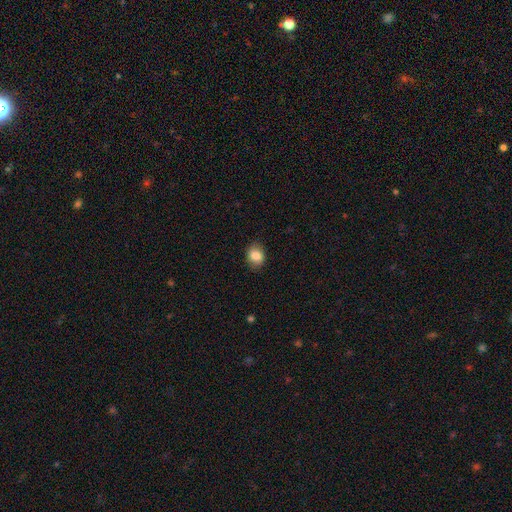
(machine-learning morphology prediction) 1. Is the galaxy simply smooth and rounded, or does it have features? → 84% smooth, 8% star or artifact, 7% featured or disk.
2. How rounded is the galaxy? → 57% in between, 42% round, 1% cigar-shaped.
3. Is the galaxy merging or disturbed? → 83% none, 13% minor disturbance, 3% major disturbance, 1% merger.